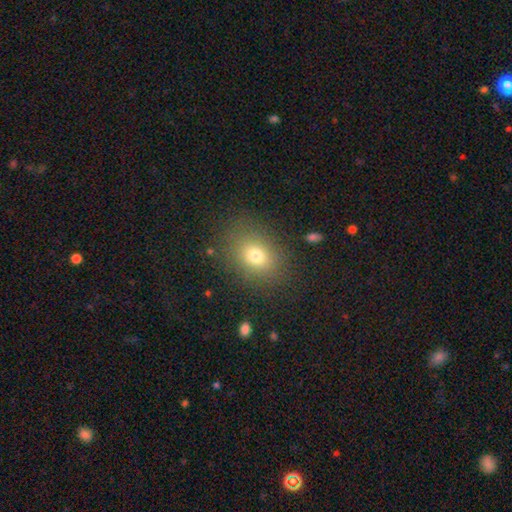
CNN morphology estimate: Smooth or featured: smooth — 74% (star or artifact — 14%)
How rounded: in between — 61% (round — 38%)
Merging: none — 83% (minor disturbance — 11%)